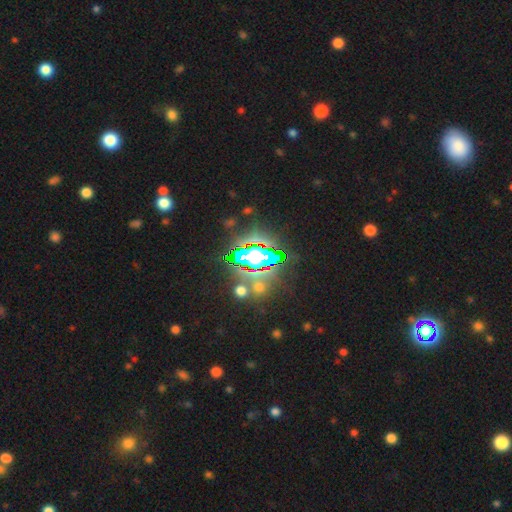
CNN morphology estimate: This appears to be a star or artifact, not a galaxy (83%).